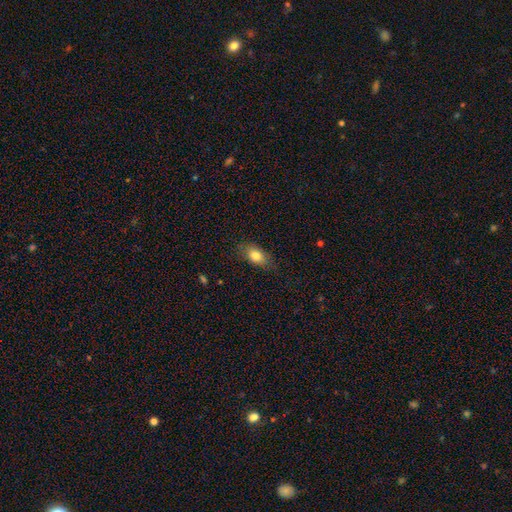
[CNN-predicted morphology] This appears to be a smooth galaxy with no disk features (80%) that is in between round and cigar-shaped (83%). Merging: none (77%).